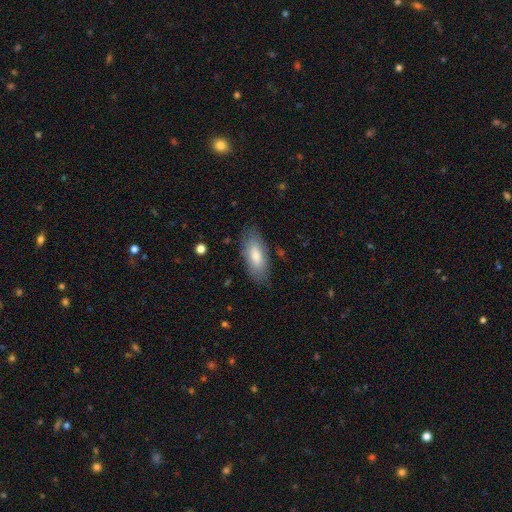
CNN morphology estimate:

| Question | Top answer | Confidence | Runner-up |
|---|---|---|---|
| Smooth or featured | smooth | 76% | featured or disk (19%) |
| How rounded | in between | 84% | cigar-shaped (14%) |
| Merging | none | 80% | minor disturbance (15%) |